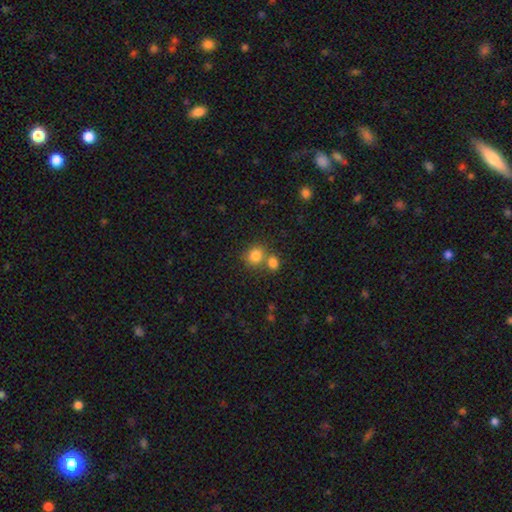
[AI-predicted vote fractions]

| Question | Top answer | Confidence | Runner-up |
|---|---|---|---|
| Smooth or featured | smooth | 82% | star or artifact (11%) |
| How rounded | round | 75% | in between (24%) |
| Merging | none | 51% | merger (37%) |